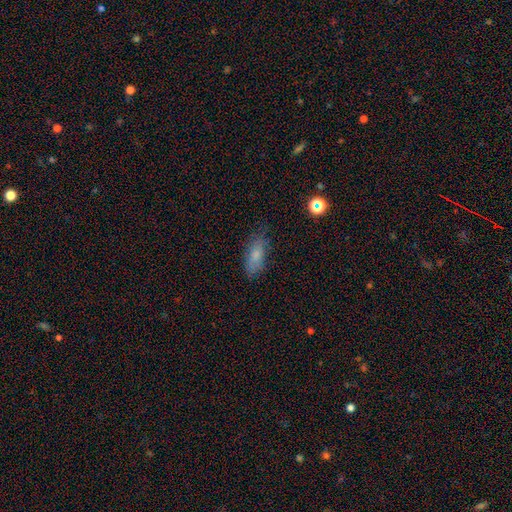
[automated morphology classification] This is likely a smooth galaxy (74%). How rounded: likely in between (76%). Merging: likely none (74%).